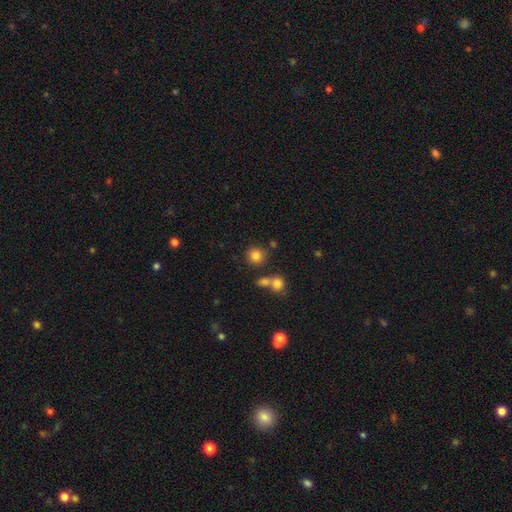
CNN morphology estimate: smooth-or-featured: smooth: 81% | star or artifact: 12% | featured or disk: 6%
  how-rounded: round: 90% | in between: 9% | cigar-shaped: 1%
  merging: none: 74% | merger: 14% | minor disturbance: 9% | major disturbance: 3%